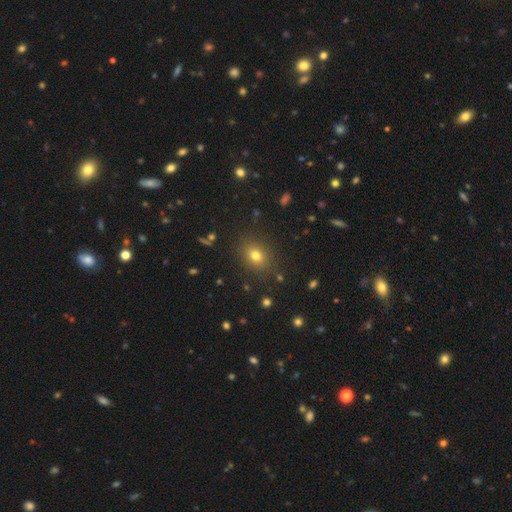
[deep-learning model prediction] This appears to be a smooth galaxy with no disk features (75%) that is round (52%). Merging: none (86%).